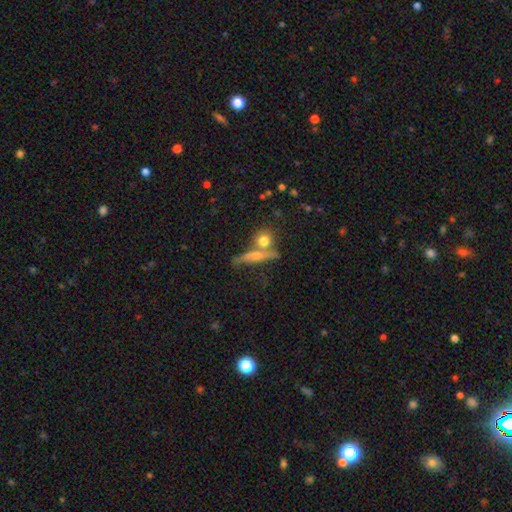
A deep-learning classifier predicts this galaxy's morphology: This appears to be a smooth galaxy with no disk features (50%) that is cigar-shaped (52%). Merging: none (49%).